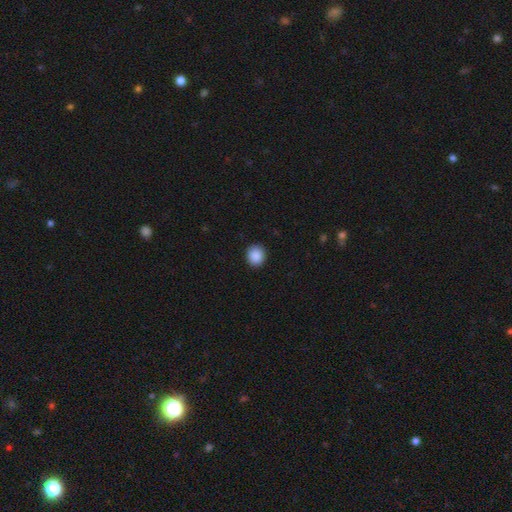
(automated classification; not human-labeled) Smooth or featured: smooth — 89% (star or artifact — 8%)
How rounded: round — 80% (in between — 19%)
Merging: none — 91% (minor disturbance — 6%)